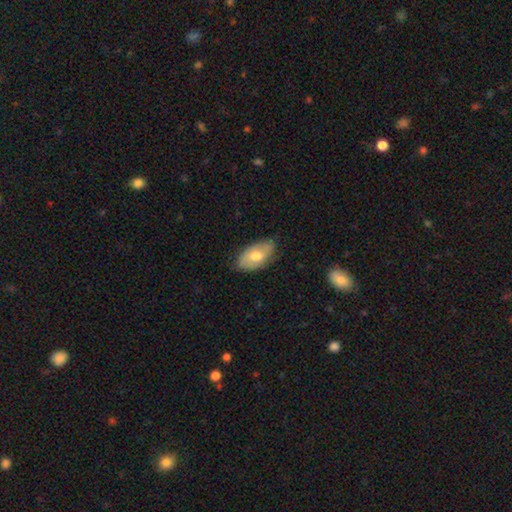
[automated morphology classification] Overall: smooth (62%; featured or disk 32%). How rounded: in between (93%). Merging: none (75%).